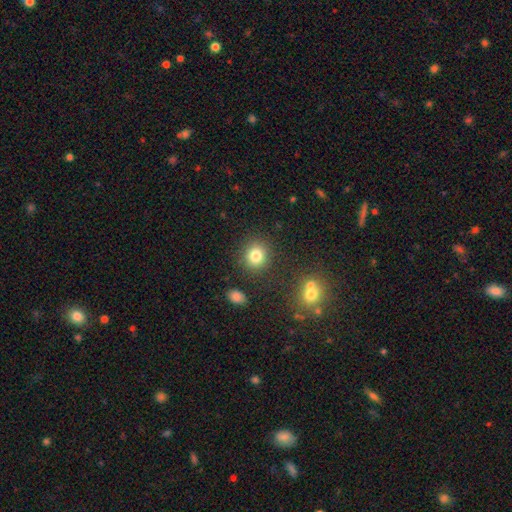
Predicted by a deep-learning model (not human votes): smooth 82%, star or artifact 12%, featured or disk 7%. Down the decision tree: how rounded — round (85%); merging — none (85%).